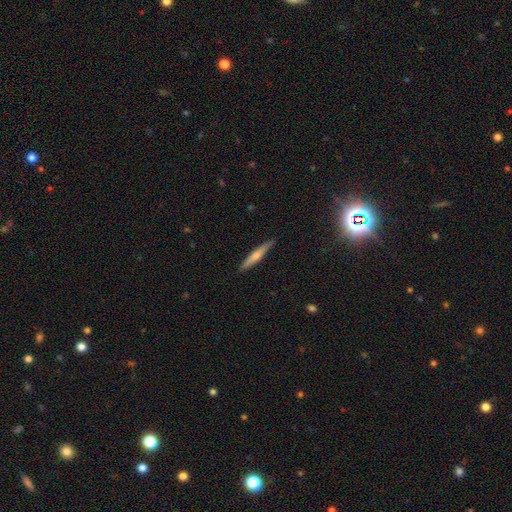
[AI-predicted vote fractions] smooth_or_featured: smooth (p=0.51) [alt: featured or disk p=0.43]
how_rounded: cigar-shaped (p=0.93) [alt: in between p=0.06]
merging: none (p=0.88) [alt: minor disturbance p=0.09]